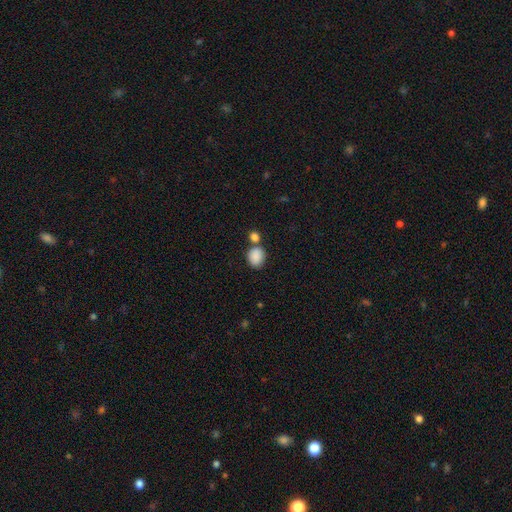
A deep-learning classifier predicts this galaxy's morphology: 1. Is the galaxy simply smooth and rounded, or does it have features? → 87% smooth, 8% star or artifact, 4% featured or disk.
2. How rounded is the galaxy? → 53% round, 46% in between, 1% cigar-shaped.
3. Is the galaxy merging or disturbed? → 57% none, 27% merger, 12% minor disturbance, 4% major disturbance.